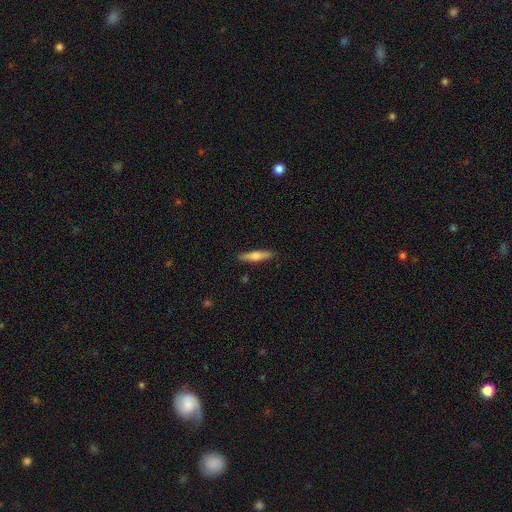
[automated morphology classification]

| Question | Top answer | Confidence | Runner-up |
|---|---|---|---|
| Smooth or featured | smooth | 62% | featured or disk (32%) |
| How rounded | cigar-shaped | 82% | in between (16%) |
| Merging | none | 89% | minor disturbance (8%) |